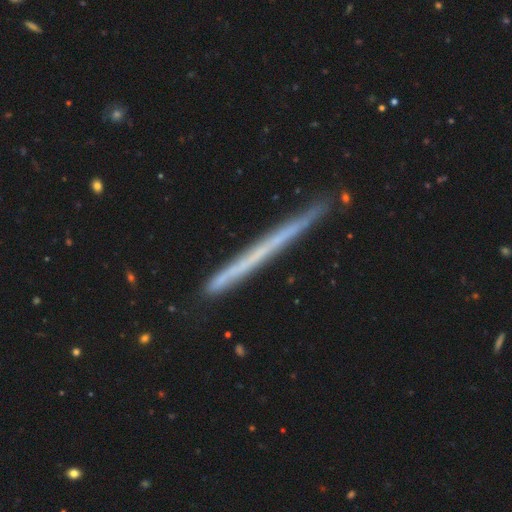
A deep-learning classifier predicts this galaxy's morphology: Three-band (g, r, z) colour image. It shows a featured or disk galaxy (55%) viewed edge-on (97%) with no central bulge (95%). Merging: none (89%).